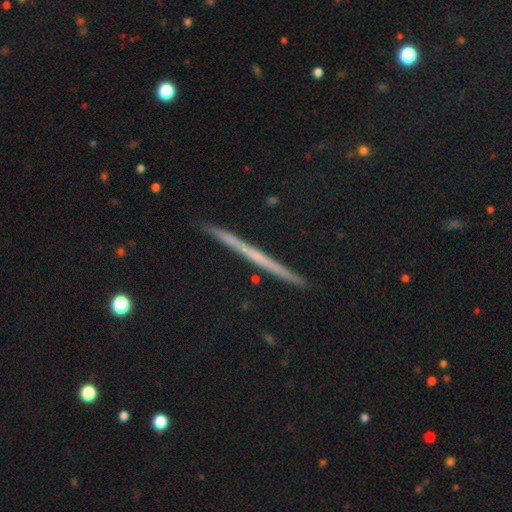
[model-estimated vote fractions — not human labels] The model was most divided on "smooth or featured": featured or disk: 60%, smooth: 32%, star or artifact: 8%. More confident: edge-on disk — yes (98%); merging — none (92%); edge-on bulge — none (90%).